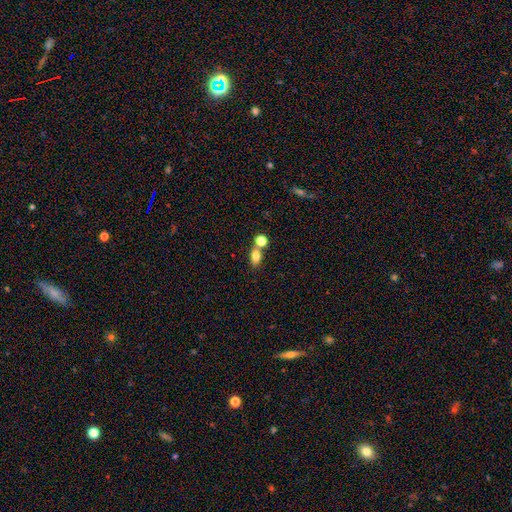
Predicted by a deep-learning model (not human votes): smooth-or-featured: smooth: 80% | star or artifact: 11% | featured or disk: 9%
  how-rounded: in between: 76% | round: 21% | cigar-shaped: 3%
  merging: none: 55% | merger: 33% | minor disturbance: 9% | major disturbance: 3%